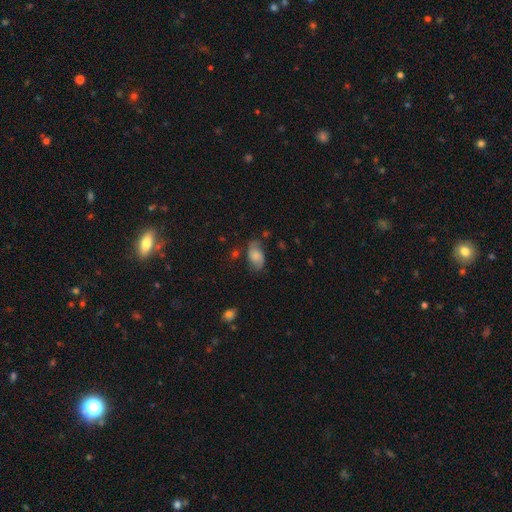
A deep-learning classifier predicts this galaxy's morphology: Smooth or featured: smooth — 59% (featured or disk — 31%)
How rounded: in between — 90% (round — 8%)
Merging: none — 63% (minor disturbance — 25%)